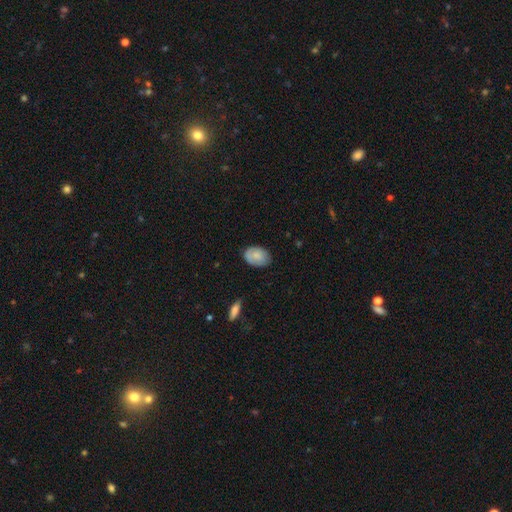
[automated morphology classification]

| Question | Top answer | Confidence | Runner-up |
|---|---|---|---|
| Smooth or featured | smooth | 73% | featured or disk (20%) |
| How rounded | in between | 82% | round (17%) |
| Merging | none | 75% | minor disturbance (20%) |